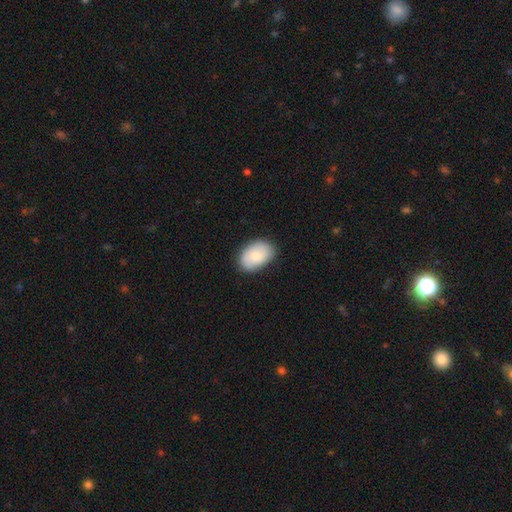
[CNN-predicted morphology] smooth-or-featured: smooth: 72% | featured or disk: 22% | star or artifact: 6%
  how-rounded: in between: 87% | round: 12% | cigar-shaped: 1%
  merging: none: 83% | minor disturbance: 13% | major disturbance: 3% | merger: 1%